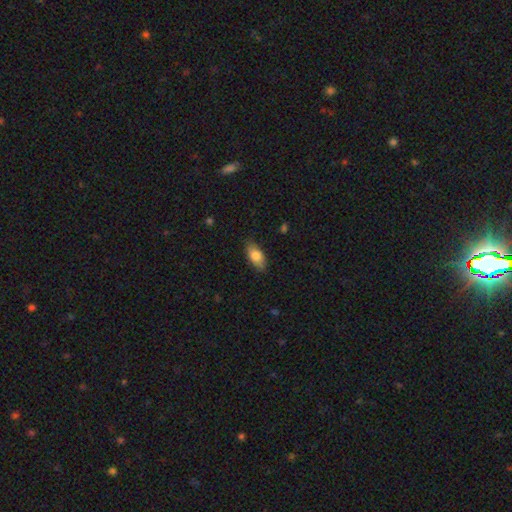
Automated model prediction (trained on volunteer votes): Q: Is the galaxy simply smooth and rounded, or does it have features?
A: smooth — 79%.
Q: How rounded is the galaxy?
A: in between — 87%.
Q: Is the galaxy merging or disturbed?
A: none — 82%.